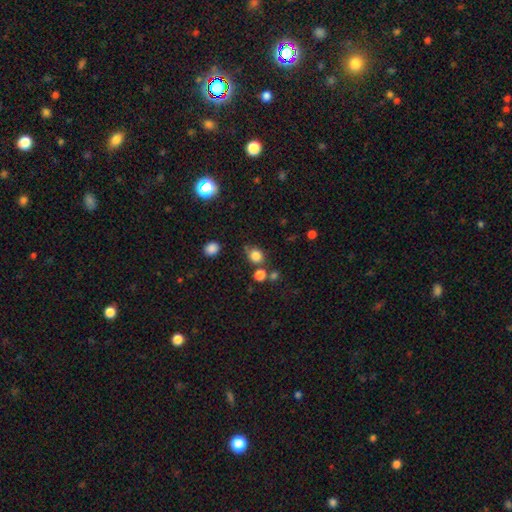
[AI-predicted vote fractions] This is clearly a smooth galaxy (81%). How rounded: likely round (72%). Merging: likely none (66%).